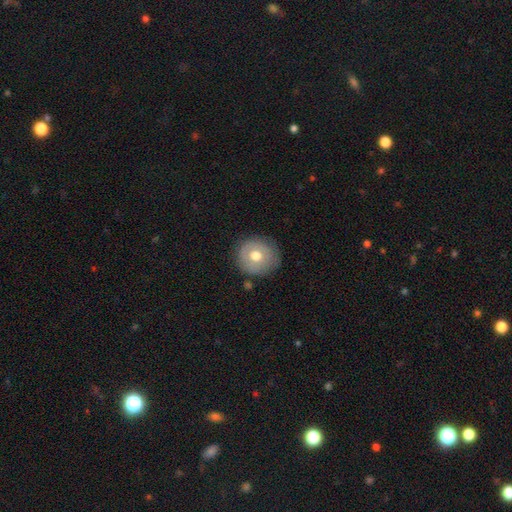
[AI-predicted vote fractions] A smooth galaxy with no disk features (59%) that is round (87%). Merging: none (80%).